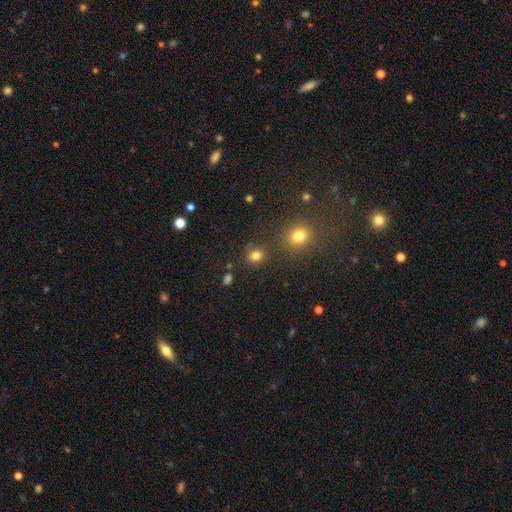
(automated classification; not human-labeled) This is likely a smooth galaxy (80%). How rounded: likely round (72%). Merging: likely none (78%).